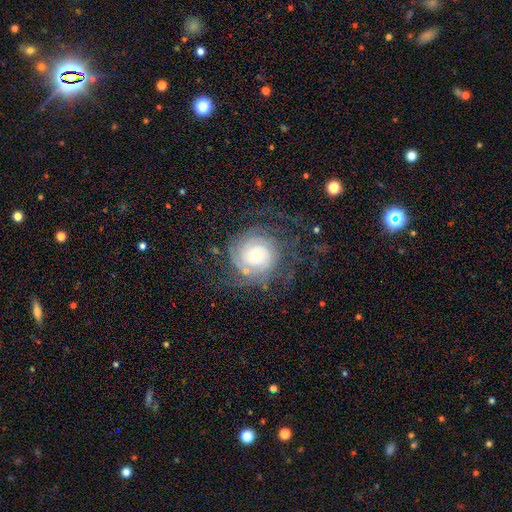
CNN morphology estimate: type=featured or disk (82%); edge-on=no (98%); bar=no (79%); spiral arms=yes (95%); winding=tight (72%); arm count=can't tell (34%); bulge=small (54%); merging=none (64%).